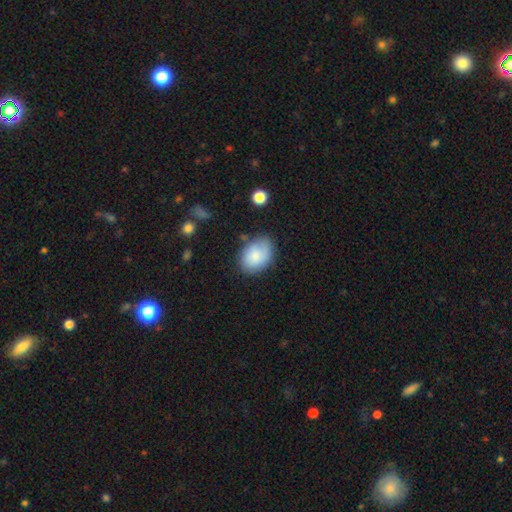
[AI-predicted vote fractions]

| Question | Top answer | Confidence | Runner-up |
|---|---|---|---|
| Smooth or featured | smooth | 80% | featured or disk (13%) |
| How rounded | in between | 74% | round (25%) |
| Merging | none | 70% | minor disturbance (21%) |